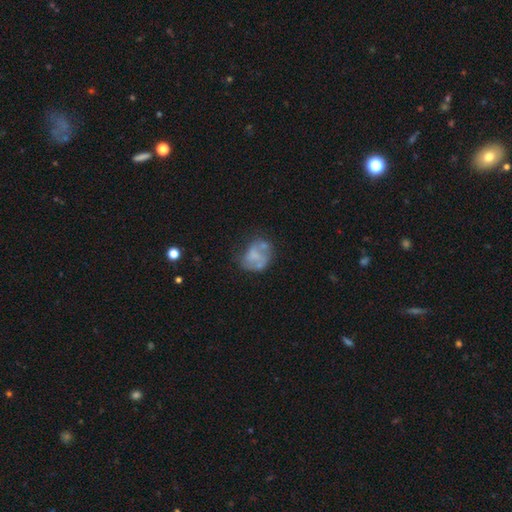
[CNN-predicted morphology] Smooth or featured? featured or disk (50%)
Merging? none (41%)